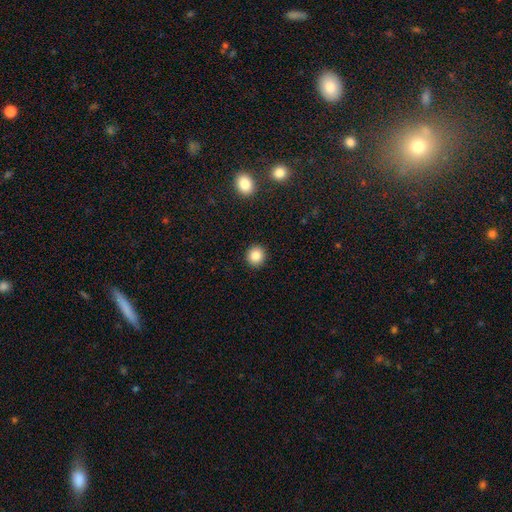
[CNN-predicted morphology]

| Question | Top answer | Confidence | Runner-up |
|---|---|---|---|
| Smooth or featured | smooth | 84% | star or artifact (10%) |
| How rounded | round | 90% | in between (9%) |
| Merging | none | 92% | minor disturbance (5%) |